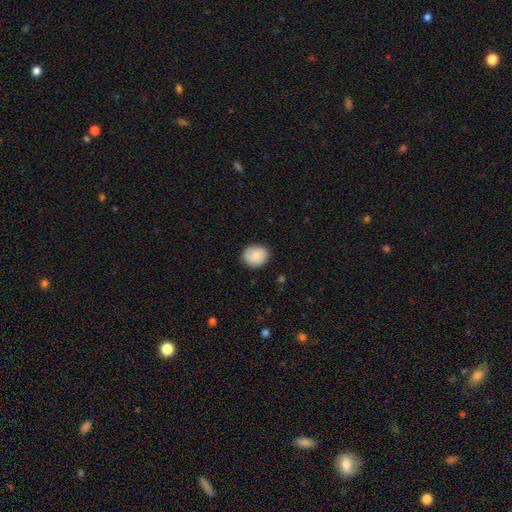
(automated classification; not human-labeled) Overall: smooth (77%). How rounded: round (75%). Merging: none (83%).